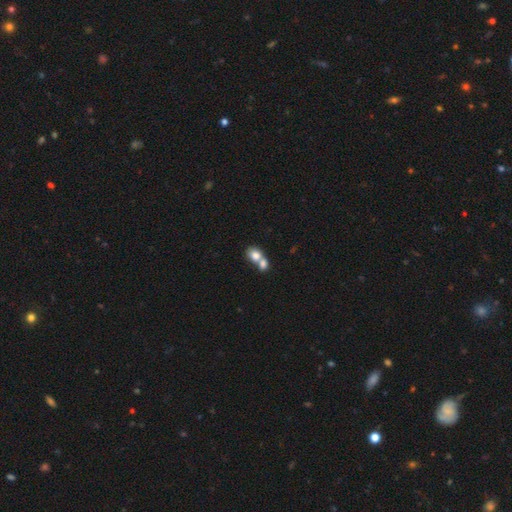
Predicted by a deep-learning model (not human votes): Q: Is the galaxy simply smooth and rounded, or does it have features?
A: smooth — 78%.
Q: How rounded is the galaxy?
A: round — 50%.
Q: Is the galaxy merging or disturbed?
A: merger — 69%.